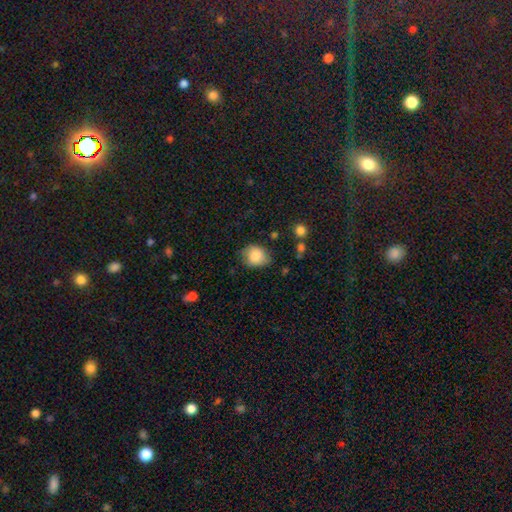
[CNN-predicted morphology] smooth_or_featured: smooth (p=0.84) [alt: featured or disk p=0.09]
how_rounded: round (p=0.53) [alt: in between p=0.46]
merging: none (p=0.66) [alt: minor disturbance p=0.25]